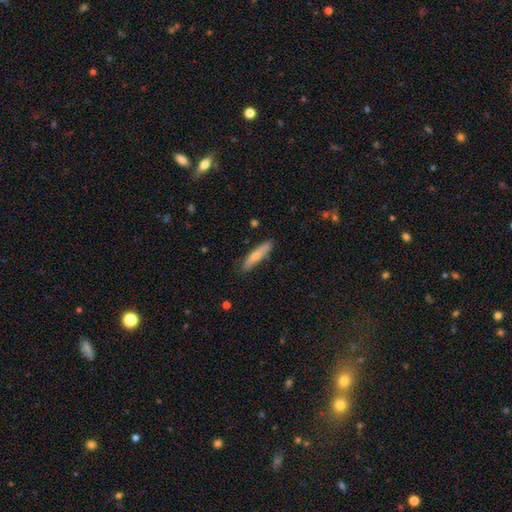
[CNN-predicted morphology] Q: Smooth or featured?
A: smooth (54%); runner-up: featured or disk (39%)
Q: How rounded?
A: cigar-shaped (86%); runner-up: in between (13%)
Q: Merging?
A: none (85%); runner-up: minor disturbance (12%)